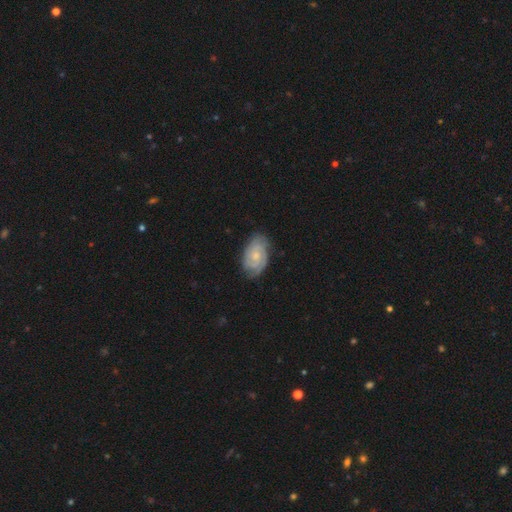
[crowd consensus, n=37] featured or disk 84%, smooth 14%, star or artifact 3%. Down the decision tree: edge-on disk — no (100%); bar — no (68%); spiral arms — yes (100%); spiral arm count — 2 (74%); spiral winding — tight (77%); bulge size — moderate (45%, tied with small); merging — none (81%).